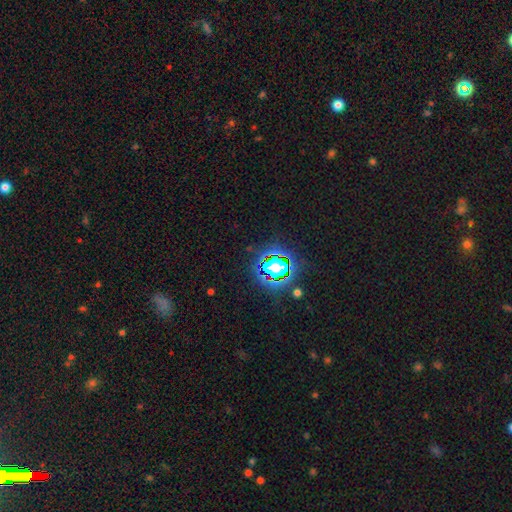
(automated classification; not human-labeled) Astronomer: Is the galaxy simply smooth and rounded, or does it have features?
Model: star or artifact — 80%.